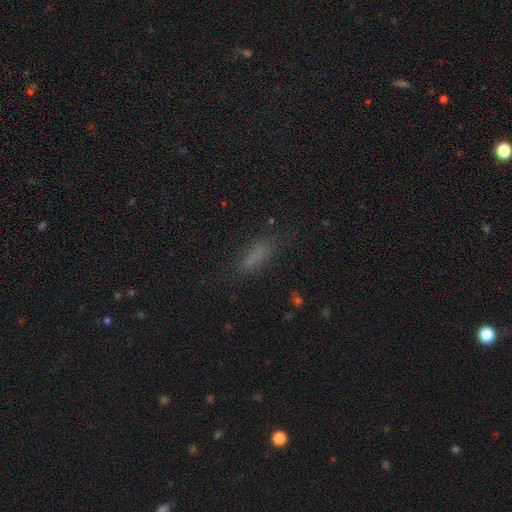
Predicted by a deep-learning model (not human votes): A smooth galaxy with no disk features (73%) that is cigar-shaped (53%).

Vote fractions:
- Smooth or featured? smooth: 73% / star or artifact: 16% / featured or disk: 10%
- How rounded? cigar-shaped: 53% / in between: 44% / round: 3%
- Merging? none: 73% / minor disturbance: 17% / major disturbance: 8% / merger: 2%